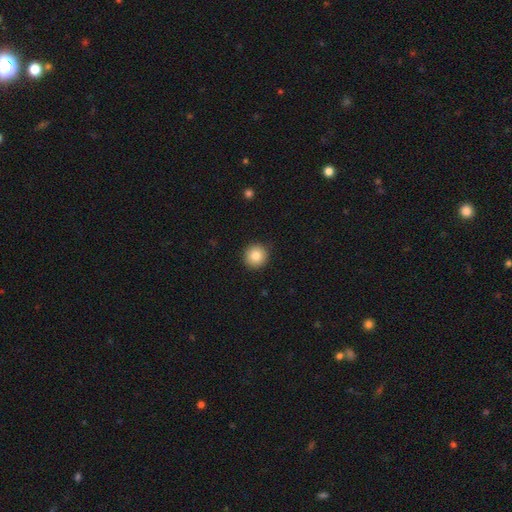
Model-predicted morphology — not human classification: smooth 84%, star or artifact 9%, featured or disk 7%. Down the decision tree: how rounded — round (94%); merging — none (92%).